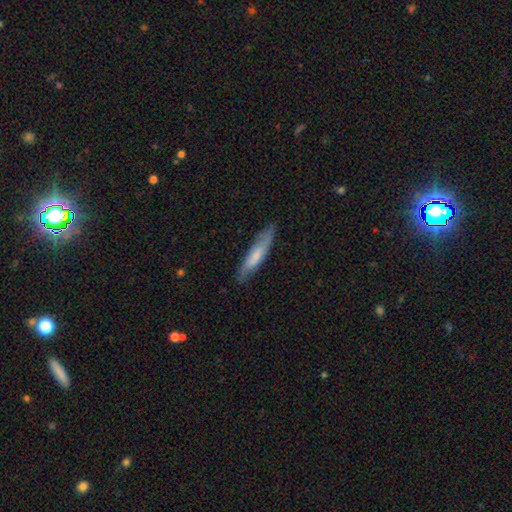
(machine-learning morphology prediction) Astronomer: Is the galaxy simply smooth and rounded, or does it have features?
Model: smooth — 65%.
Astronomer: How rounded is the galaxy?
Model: cigar-shaped — 85%.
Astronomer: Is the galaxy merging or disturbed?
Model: none — 81%.